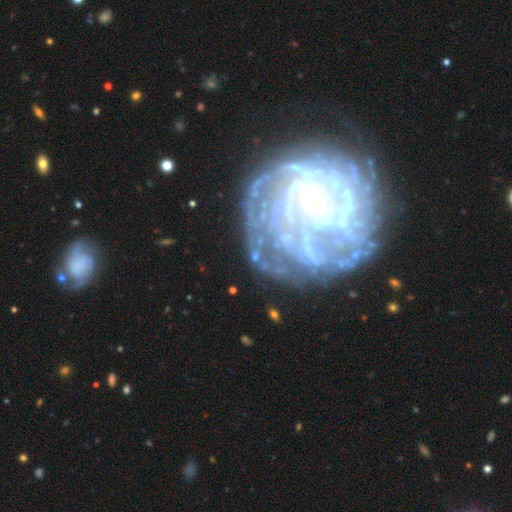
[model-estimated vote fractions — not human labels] Overall: featured or disk (78%). Edge-on disk: no (97%). Bar: no (50%; weak 28%). Spiral arms: yes (84%). Spiral arm count: can't tell (33%; 2 17%). Spiral winding: tight (61%; medium 27%). Bulge size: small (62%). Merging: none (57%; major disturbance 18%).